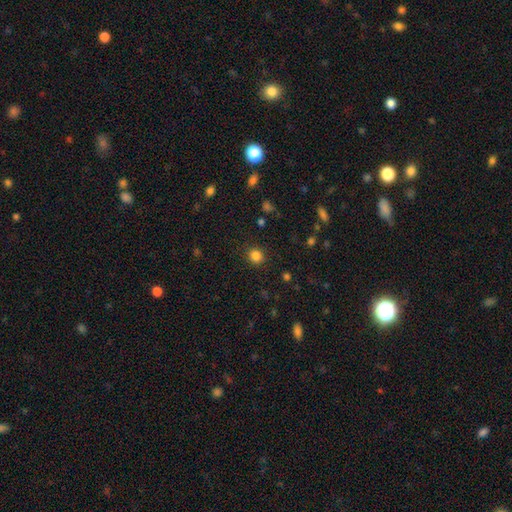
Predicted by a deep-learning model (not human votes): A smooth galaxy with no disk features (83%) that is round (87%). Merging: none (89%).